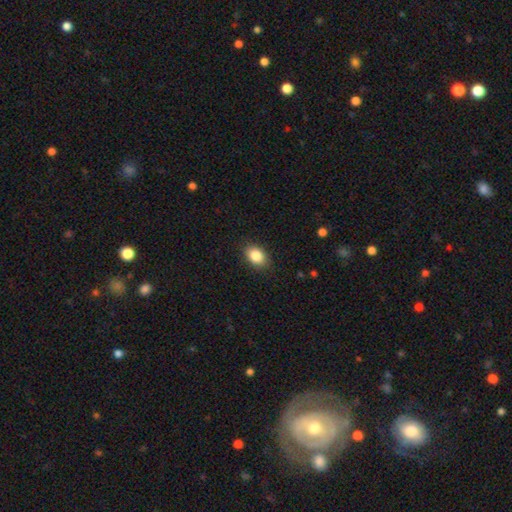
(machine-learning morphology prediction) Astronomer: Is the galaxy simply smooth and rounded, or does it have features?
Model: smooth — 86%.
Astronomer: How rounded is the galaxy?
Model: in between — 77%.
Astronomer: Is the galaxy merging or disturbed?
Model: none — 87%.